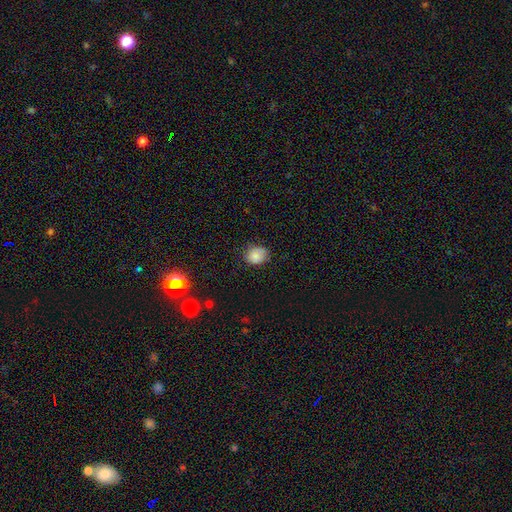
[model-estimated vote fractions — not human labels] smooth-or-featured: smooth: 82% | star or artifact: 10% | featured or disk: 8%
  how-rounded: round: 60% | in between: 39% | cigar-shaped: 1%
  merging: none: 70% | minor disturbance: 24% | major disturbance: 5% | merger: 1%